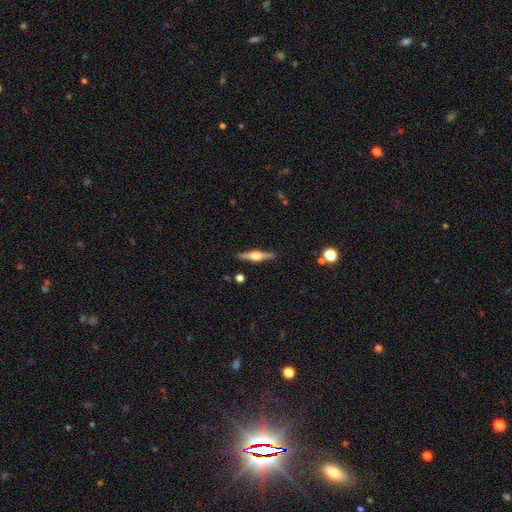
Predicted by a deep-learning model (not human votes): This appears to be a featured or disk galaxy (70%) viewed edge-on (97%) with a rounded central bulge (93%). Merging: none (89%).